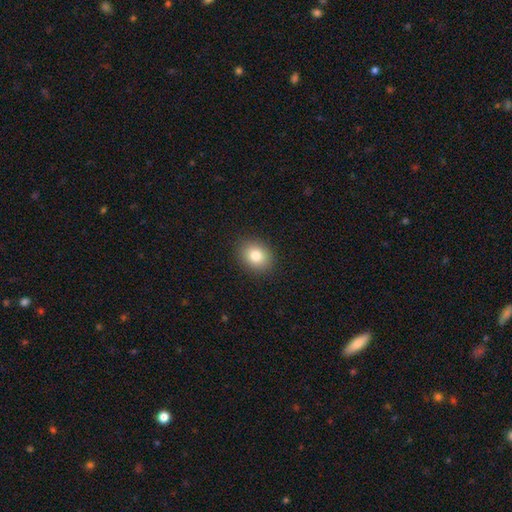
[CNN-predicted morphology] A smooth galaxy with no disk features (82%) that is round (54%). Merging: none (90%).